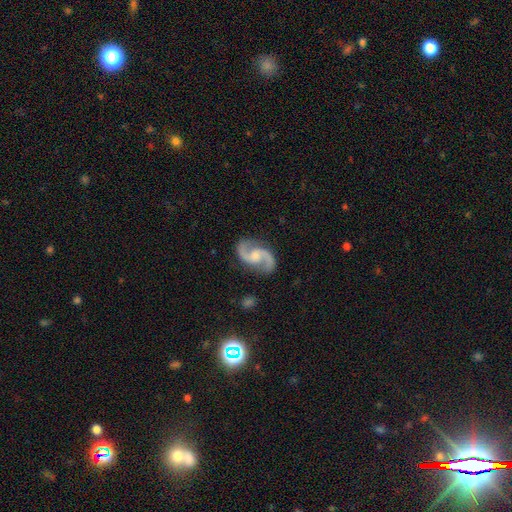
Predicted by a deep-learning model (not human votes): featured or disk 93%, star or artifact 4%, smooth 3%. Down the decision tree: edge-on disk — no (98%); bar — no (49%); spiral arms — yes (98%); spiral arm count — 2 (95%); spiral winding — medium (53%); bulge size — moderate (38%); merging — none (83%).